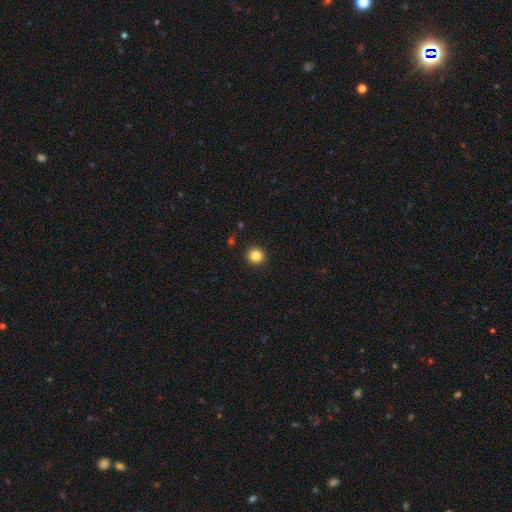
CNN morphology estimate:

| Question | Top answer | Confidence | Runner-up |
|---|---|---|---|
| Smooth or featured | smooth | 85% | star or artifact (11%) |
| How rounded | round | 94% | in between (5%) |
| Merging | none | 92% | minor disturbance (5%) |